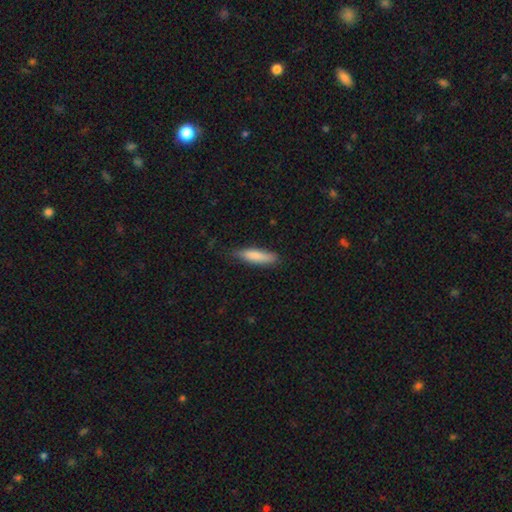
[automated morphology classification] This is clearly a smooth galaxy (83%). How rounded: likely cigar-shaped (75%). Merging: likely none (77%).